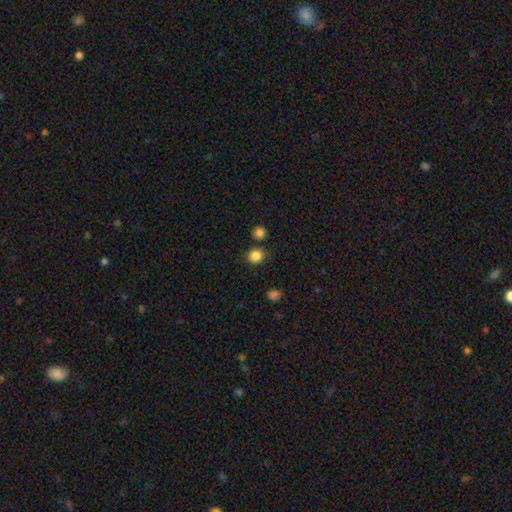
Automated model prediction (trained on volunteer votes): smooth 85%, star or artifact 11%, featured or disk 4%. Down the decision tree: how rounded — round (84%); merging — none (81%).